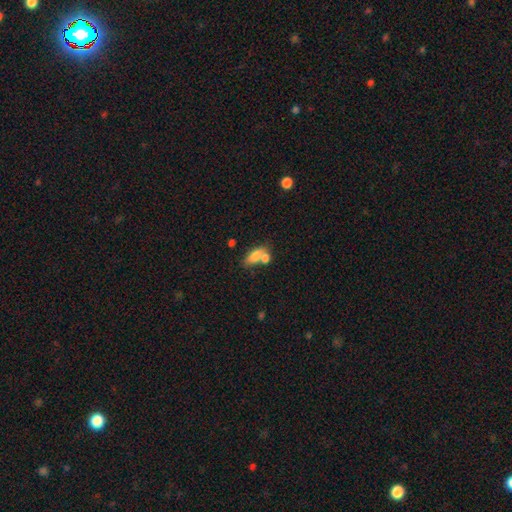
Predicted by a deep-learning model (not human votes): smooth-or-featured: smooth: 76% | featured or disk: 16% | star or artifact: 9%
  how-rounded: in between: 80% | cigar-shaped: 13% | round: 6%
  merging: none: 41% | merger: 40% | minor disturbance: 13% | major disturbance: 6%